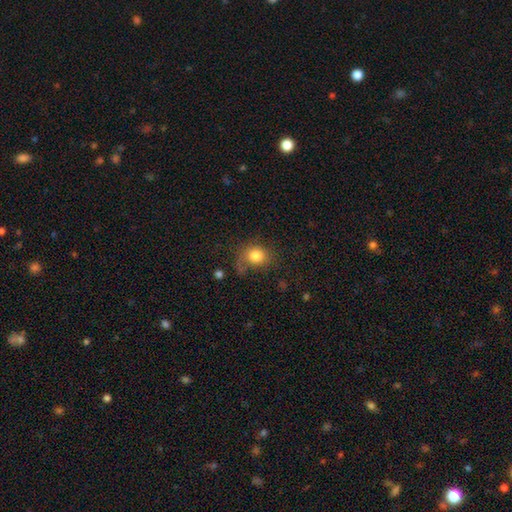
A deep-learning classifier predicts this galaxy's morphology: Smooth or featured?
  - smooth: 81% *
  - star or artifact: 11%
  - featured or disk: 8%
How rounded?
  - round: 70% *
  - in between: 29%
  - cigar-shaped: 1%
Merging?
  - none: 60% *
  - minor disturbance: 23%
  - major disturbance: 13%
  - merger: 4%